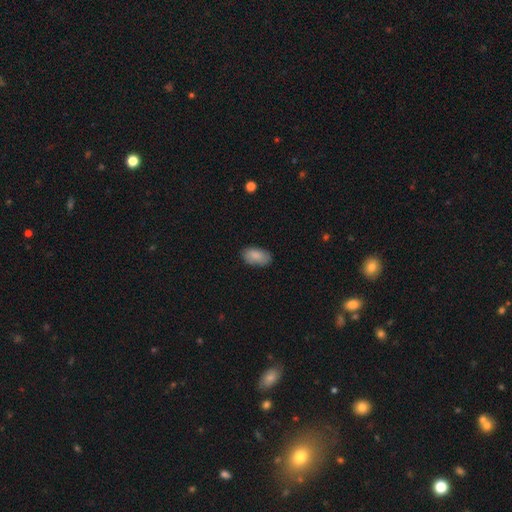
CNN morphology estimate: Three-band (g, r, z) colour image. It shows a smooth galaxy with no disk features (86%) that is in between round and cigar-shaped (93%). Merging: none (81%).